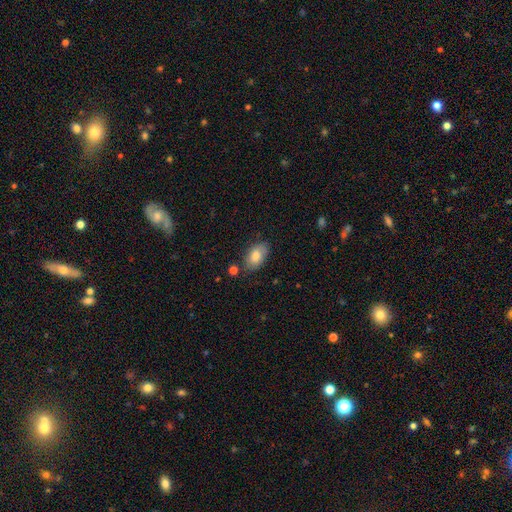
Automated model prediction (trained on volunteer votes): Smooth or featured? smooth (80%)
How rounded? in between (93%)
Merging? none (75%)